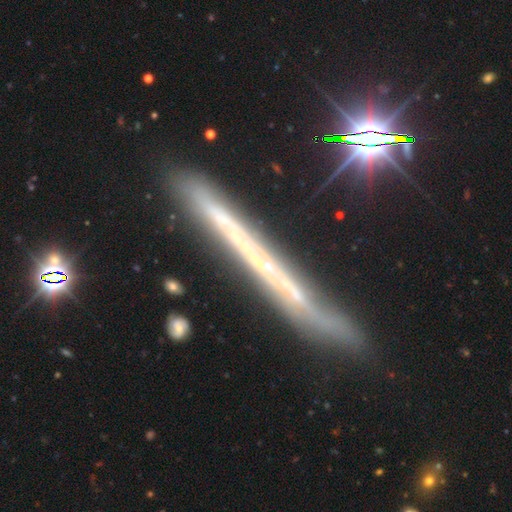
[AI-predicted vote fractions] Smooth or featured: featured or disk — 65% (smooth — 24%)
Edge-on disk: yes — 93% (no — 7%)
Edge-on bulge: none — 91% (rounded — 5%)
Merging: none — 79% (minor disturbance — 15%)